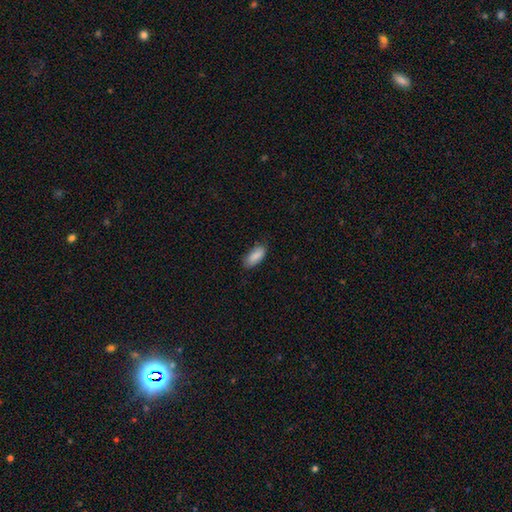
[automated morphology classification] A smooth galaxy with no disk features (88%) that is in between round and cigar-shaped (85%). Merging: none (77%).